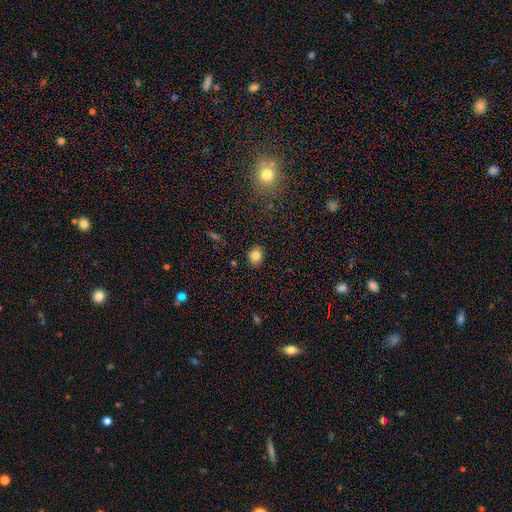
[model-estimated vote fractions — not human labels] Q: Smooth or featured?
A: smooth (82%); runner-up: star or artifact (11%)
Q: How rounded?
A: round (63%); runner-up: in between (36%)
Q: Merging?
A: none (88%); runner-up: minor disturbance (9%)